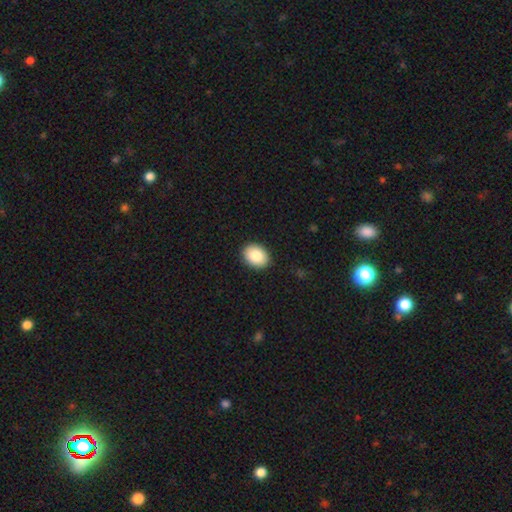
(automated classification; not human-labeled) A smooth galaxy with no disk features (85%) that is in between round and cigar-shaped (66%). Merging: none (91%).